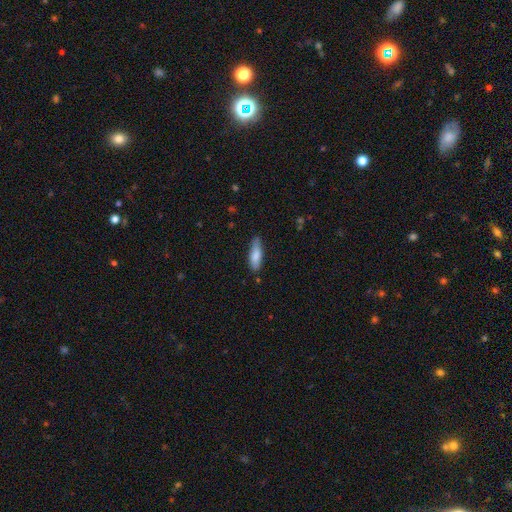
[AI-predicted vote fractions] Overall: smooth (79%). How rounded: cigar-shaped (53%; in between 45%). Merging: none (77%).